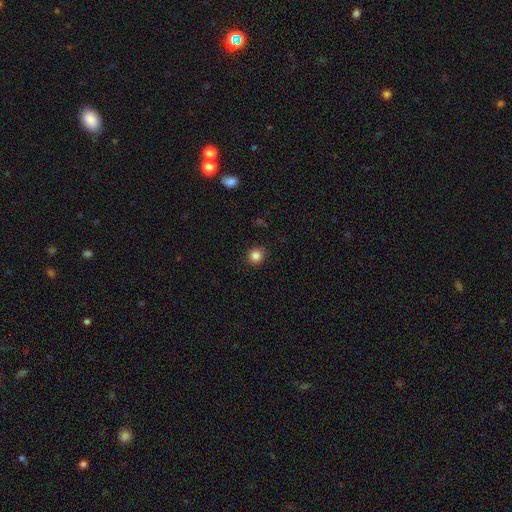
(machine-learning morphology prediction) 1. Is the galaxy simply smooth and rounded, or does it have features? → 85% smooth, 11% star or artifact, 4% featured or disk.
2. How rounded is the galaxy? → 88% round, 11% in between, 1% cigar-shaped.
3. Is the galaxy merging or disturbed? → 91% none, 6% minor disturbance, 2% major disturbance, 1% merger.